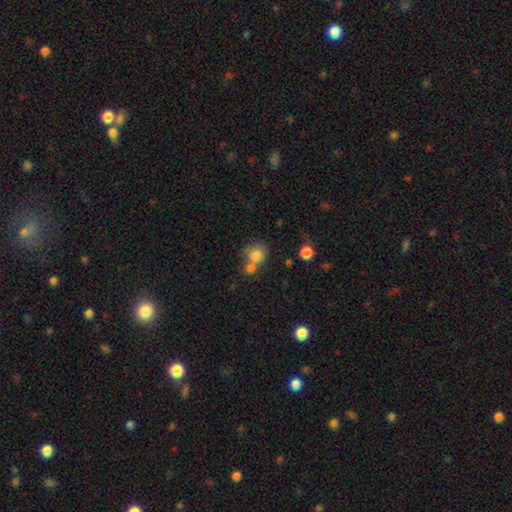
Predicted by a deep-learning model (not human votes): smooth 77%, featured or disk 12%, star or artifact 10%. Down the decision tree: how rounded — round (75%); merging — merger (44%).